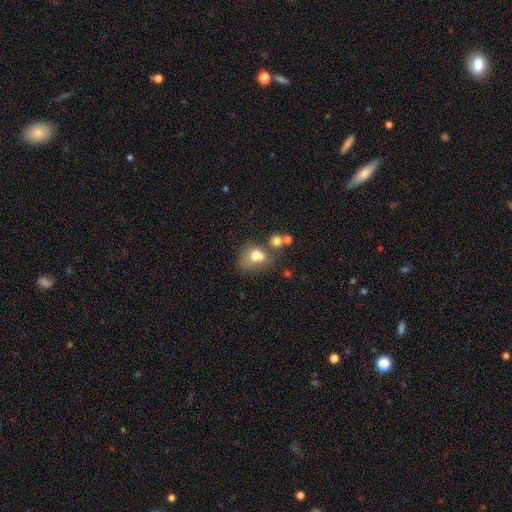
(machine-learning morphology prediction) smooth-or-featured: smooth: 72% | featured or disk: 17% | star or artifact: 12%
  how-rounded: in between: 52% | round: 47% | cigar-shaped: 1%
  merging: merger: 39% | none: 30% | minor disturbance: 17% | major disturbance: 14%